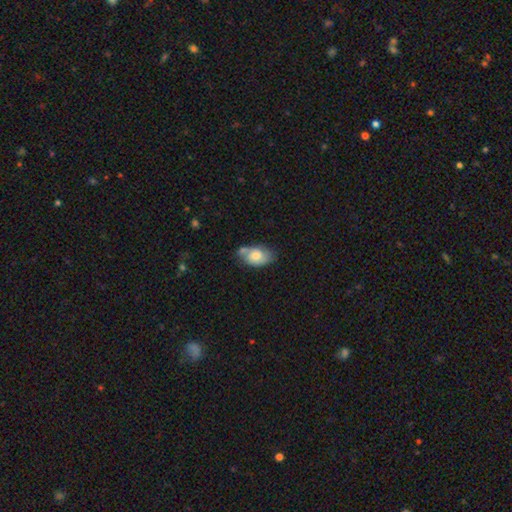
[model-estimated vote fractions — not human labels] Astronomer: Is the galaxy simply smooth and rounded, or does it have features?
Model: smooth — 67%.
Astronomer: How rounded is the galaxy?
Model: in between — 87%.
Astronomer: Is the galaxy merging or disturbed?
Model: none — 48% (runner-up: minor disturbance, 27%).